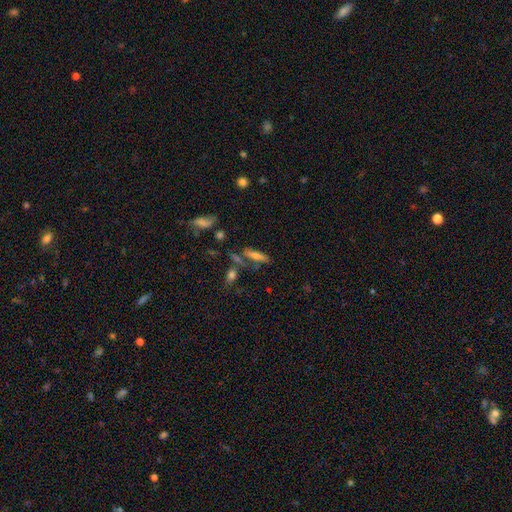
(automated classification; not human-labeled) Overall: smooth (66%). How rounded: cigar-shaped (65%; in between 33%). Merging: none (57%; minor disturbance 18%).